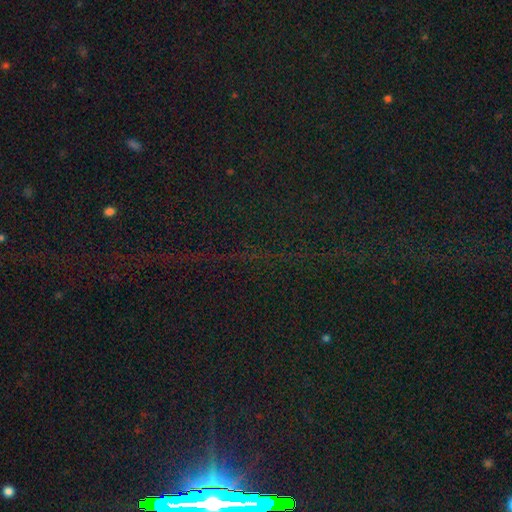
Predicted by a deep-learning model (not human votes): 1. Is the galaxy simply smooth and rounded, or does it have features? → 84% star or artifact, 8% smooth, 7% featured or disk.